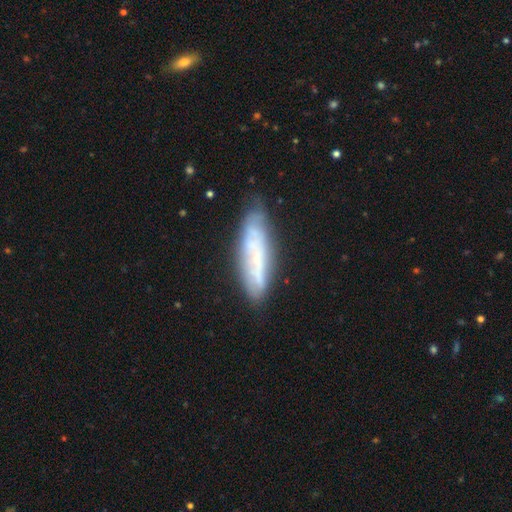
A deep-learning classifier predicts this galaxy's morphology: Q: Smooth or featured?
A: featured or disk (50%); runner-up: smooth (42%)
Q: Merging?
A: none (71%); runner-up: minor disturbance (20%)